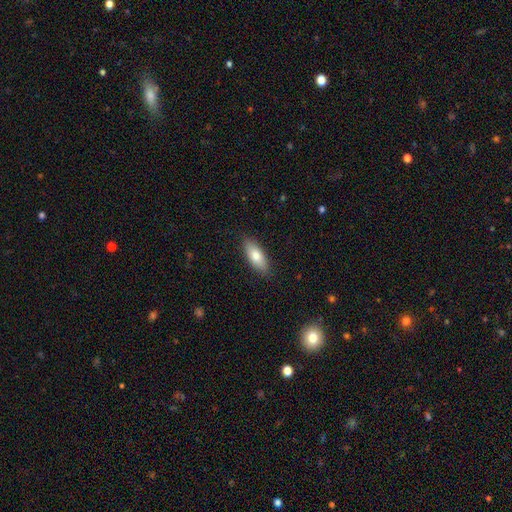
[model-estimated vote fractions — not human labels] This appears to be a smooth galaxy with no disk features (79%) that is in between round and cigar-shaped (78%). Merging: none (87%).